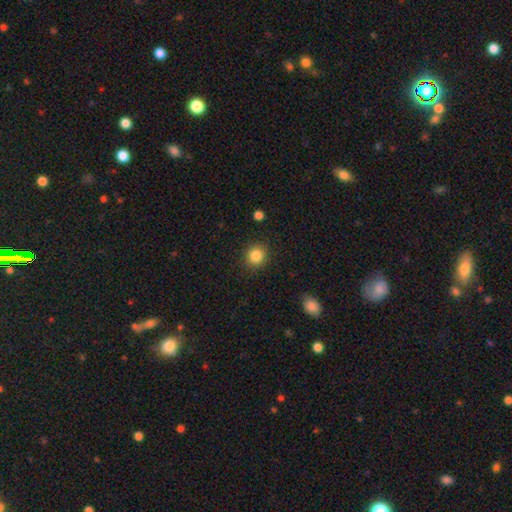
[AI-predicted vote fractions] Smooth or featured?
  - smooth: 86% *
  - star or artifact: 10%
  - featured or disk: 4%
How rounded?
  - round: 87% *
  - in between: 12%
  - cigar-shaped: 1%
Merging?
  - none: 89% *
  - minor disturbance: 7%
  - major disturbance: 2%
  - merger: 1%